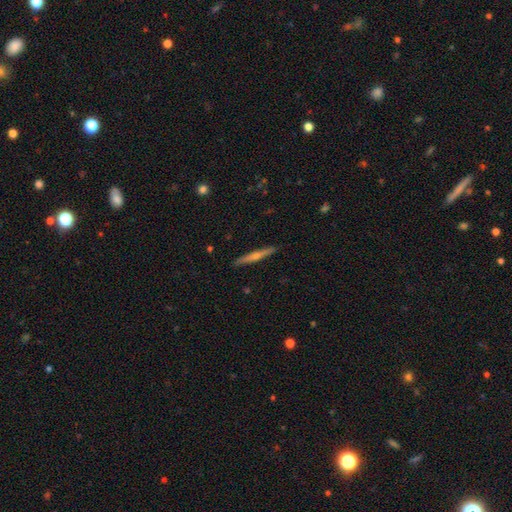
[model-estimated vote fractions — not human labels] Morphology: type=featured or disk (69%); edge-on=yes (97%); edge-on bulge=rounded (80%); merging=none (91%).